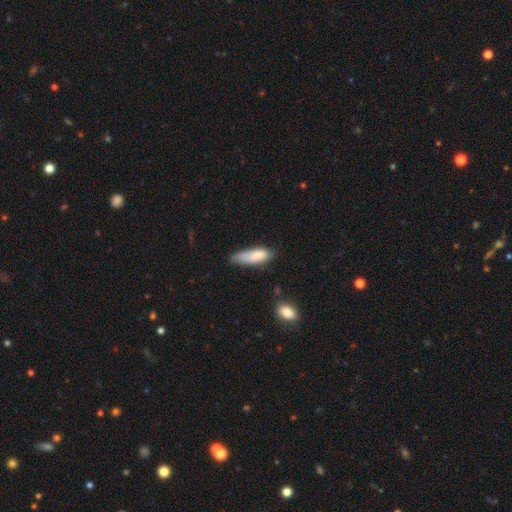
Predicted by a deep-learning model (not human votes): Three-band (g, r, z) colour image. It shows a smooth galaxy with no disk features (80%) that is in between round and cigar-shaped (55%). Merging: minor disturbance (42%).